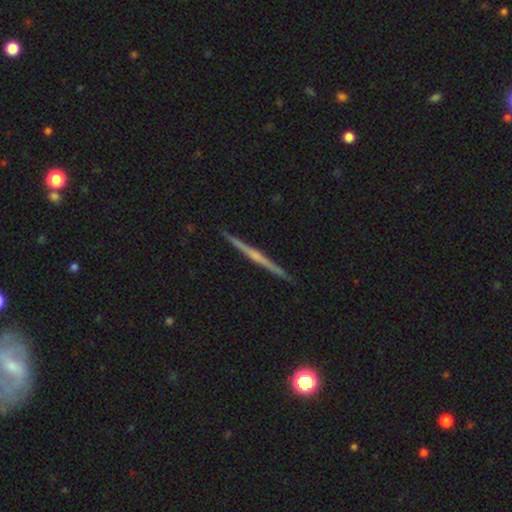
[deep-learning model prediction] Overall: featured or disk (74%). Edge-on disk: yes (99%). Edge-on bulge: none (46%; rounded 45%). Merging: none (93%).